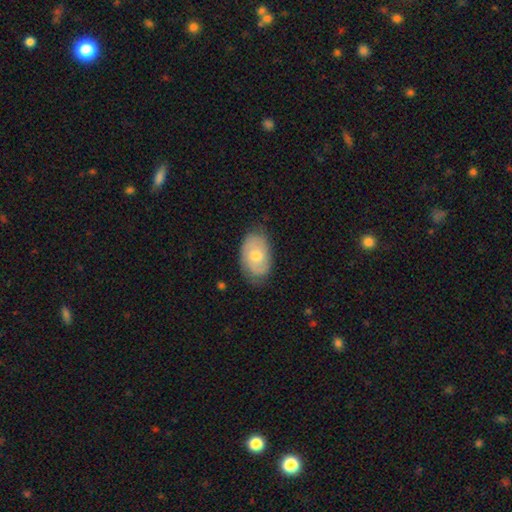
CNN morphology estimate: This is possibly a smooth galaxy (53%). How rounded: clearly in between (89%). Merging: likely none (72%).